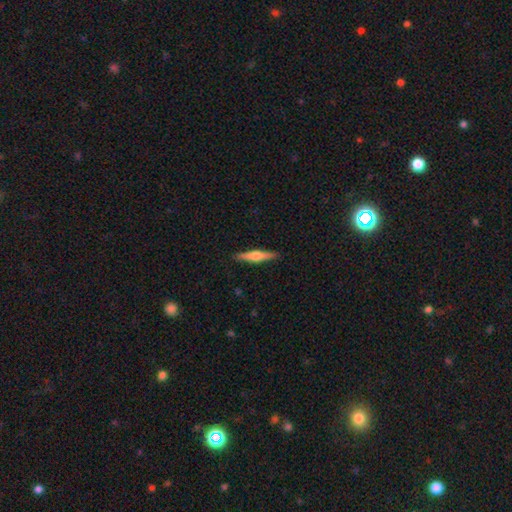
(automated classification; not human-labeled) Smooth or featured: featured or disk — 59% (smooth — 36%)
Edge-on disk: yes — 97% (no — 3%)
Edge-on bulge: rounded — 88% (boxy — 8%)
Merging: none — 91% (minor disturbance — 7%)